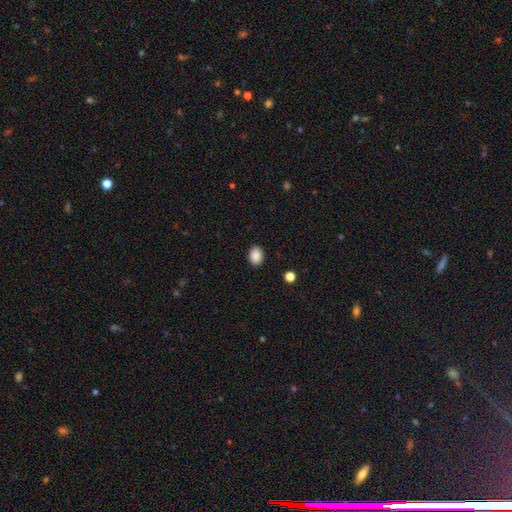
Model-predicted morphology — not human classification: Smooth or featured? smooth (89%)
How rounded? in between (65%)
Merging? none (90%)